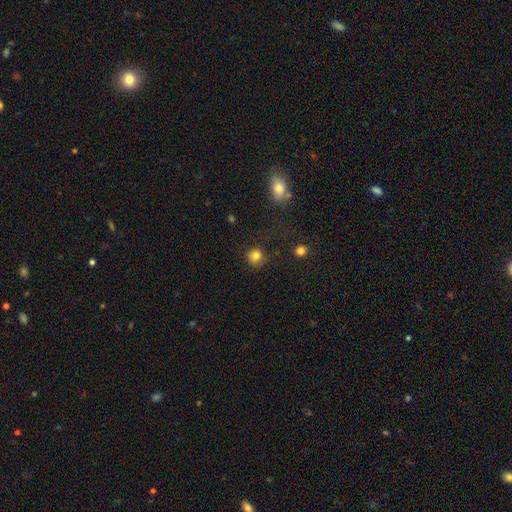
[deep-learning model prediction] A smooth galaxy with no disk features (83%) that is round (87%). Merging: none (75%).